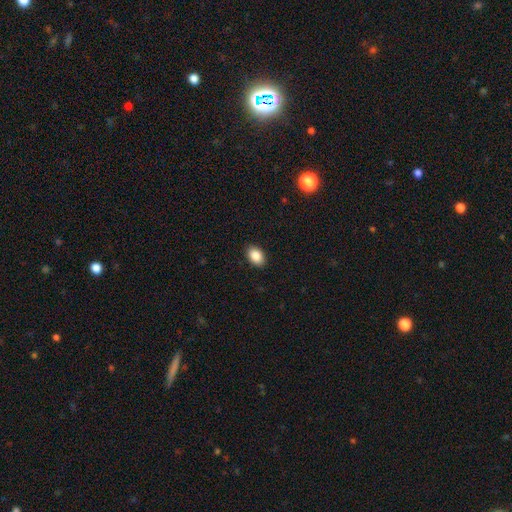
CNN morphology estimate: This appears to be a smooth galaxy with no disk features (88%) that is in between round and cigar-shaped (87%). Merging: none (90%).